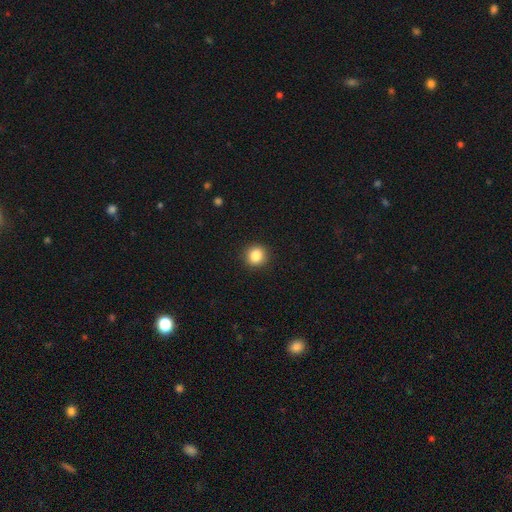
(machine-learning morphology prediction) smooth_or_featured: smooth (p=0.86) [alt: star or artifact p=0.10]
how_rounded: round (p=0.92) [alt: in between p=0.07]
merging: none (p=0.92) [alt: minor disturbance p=0.05]